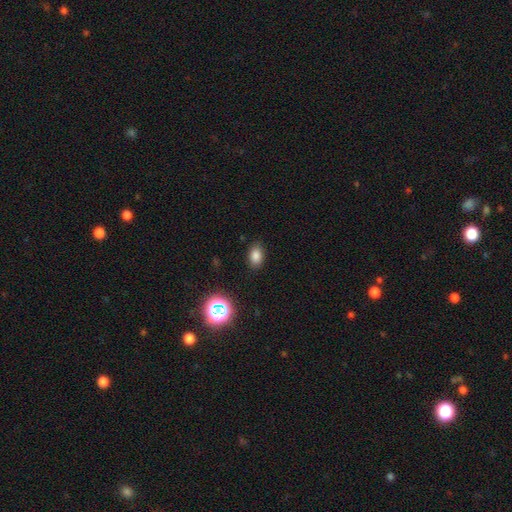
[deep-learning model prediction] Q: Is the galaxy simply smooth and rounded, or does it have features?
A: smooth — 80%.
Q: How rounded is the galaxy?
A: in between — 83%.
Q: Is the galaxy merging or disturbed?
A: none — 86%.